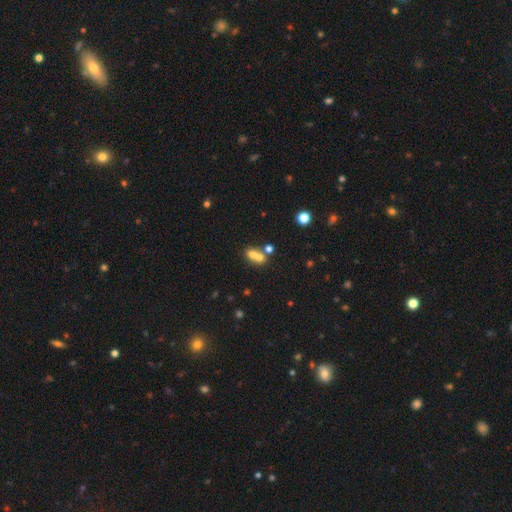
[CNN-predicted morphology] Overall: smooth (64%). How rounded: round (54%; in between 44%). Merging: merger (62%; none 28%).